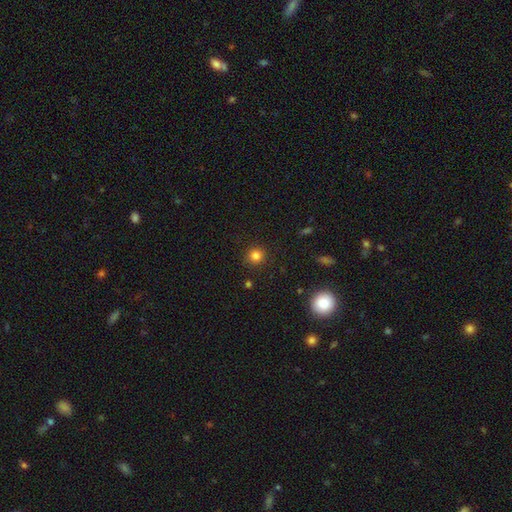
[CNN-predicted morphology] Smooth or featured: smooth — 82% (star or artifact — 13%)
How rounded: round — 93% (in between — 6%)
Merging: none — 90% (minor disturbance — 6%)